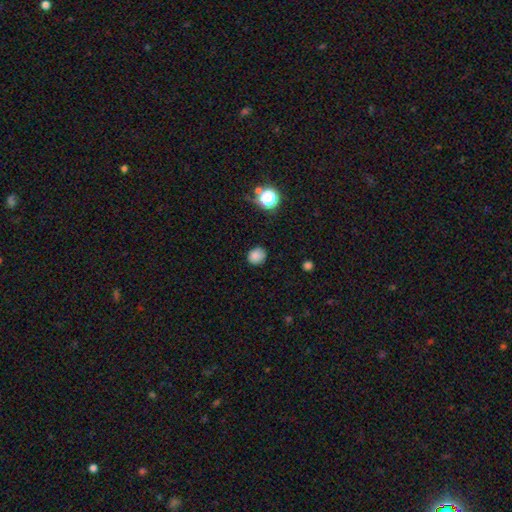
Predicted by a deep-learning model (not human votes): Smooth or featured?
  - smooth: 82% *
  - star or artifact: 13%
  - featured or disk: 5%
How rounded?
  - round: 76% *
  - in between: 24%
  - cigar-shaped: 1%
Merging?
  - none: 80% *
  - minor disturbance: 15%
  - major disturbance: 3%
  - merger: 2%